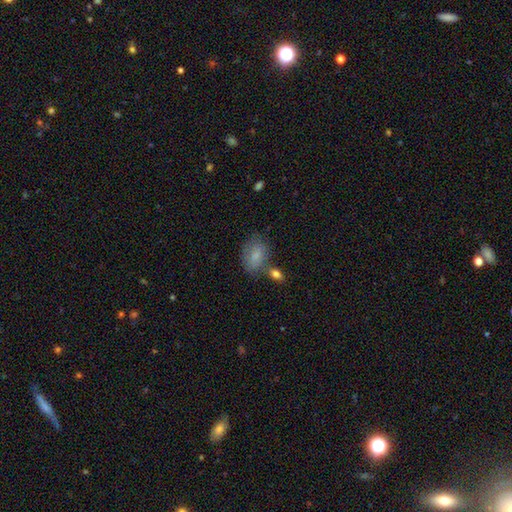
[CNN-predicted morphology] The model was most divided on "merging": none: 56%, minor disturbance: 22%, merger: 14%, major disturbance: 8%. More confident: how rounded — in between (83%); smooth or featured — smooth (77%).